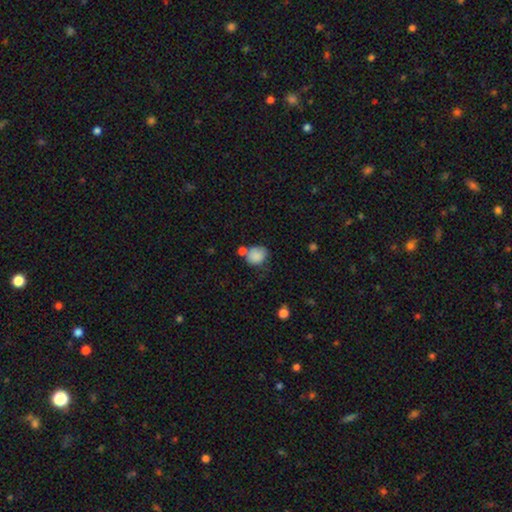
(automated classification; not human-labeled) A smooth galaxy with no disk features (85%) that is round (63%). Merging: none (52%).